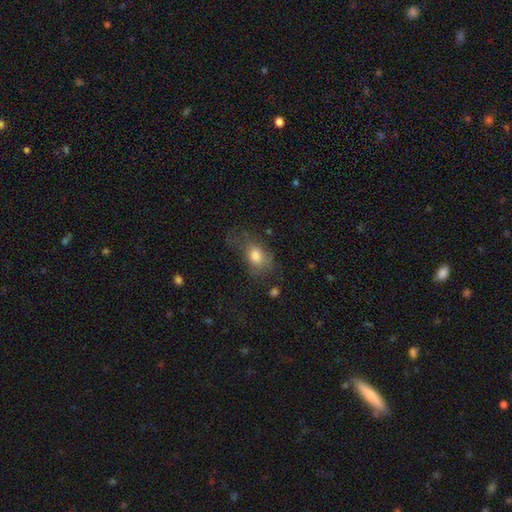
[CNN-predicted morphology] This is likely a smooth galaxy (73%). How rounded: likely in between (78%). Merging: marginally none (41%).